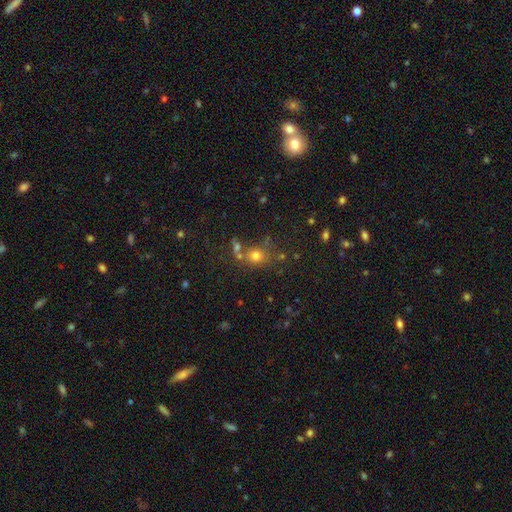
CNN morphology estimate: Smooth or featured?
  - smooth: 69% *
  - star or artifact: 21%
  - featured or disk: 10%
How rounded?
  - round: 78% *
  - in between: 21%
  - cigar-shaped: 1%
Merging?
  - none: 61% *
  - merger: 21%
  - minor disturbance: 12%
  - major disturbance: 6%